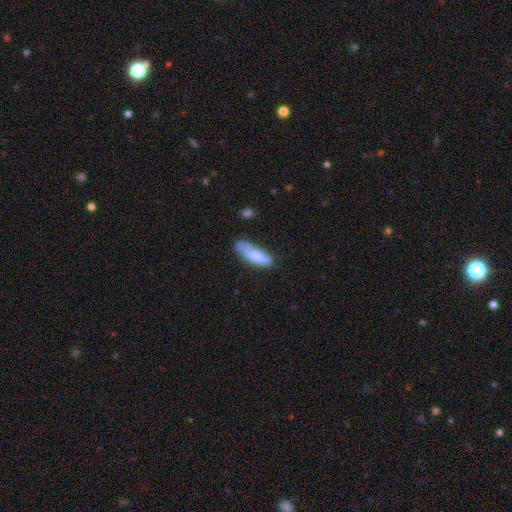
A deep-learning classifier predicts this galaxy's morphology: A smooth galaxy with no disk features (80%) that is in between round and cigar-shaped (52%).

Vote fractions:
- Smooth or featured? smooth: 80% / featured or disk: 14% / star or artifact: 7%
- How rounded? in between: 52% / cigar-shaped: 46% / round: 2%
- Merging? none: 55% / minor disturbance: 31% / major disturbance: 9% / merger: 4%